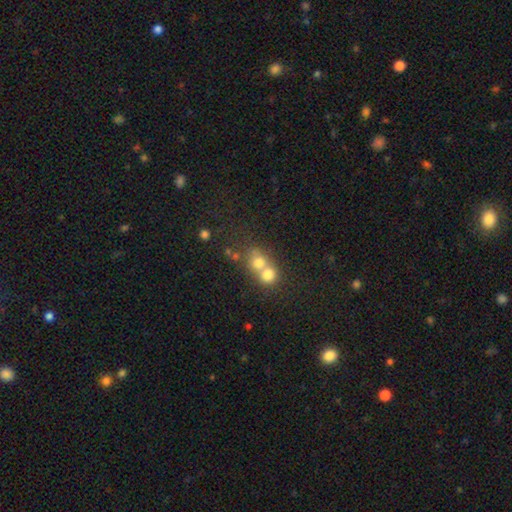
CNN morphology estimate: smooth-or-featured: smooth: 60% | featured or disk: 20% | star or artifact: 20%
  how-rounded: round: 78% | in between: 20% | cigar-shaped: 2%
  merging: merger: 60% | none: 31% | minor disturbance: 6% | major disturbance: 3%